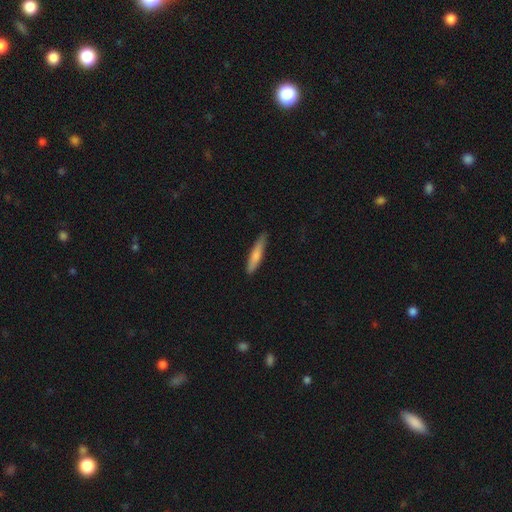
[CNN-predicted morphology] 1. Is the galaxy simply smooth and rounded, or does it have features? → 75% smooth, 20% featured or disk, 5% star or artifact.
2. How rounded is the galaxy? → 87% cigar-shaped, 12% in between, 1% round.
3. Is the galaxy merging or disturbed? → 79% none, 17% minor disturbance, 2% major disturbance, 1% merger.